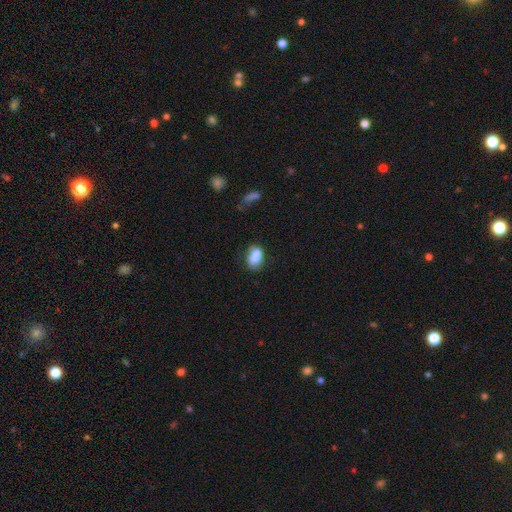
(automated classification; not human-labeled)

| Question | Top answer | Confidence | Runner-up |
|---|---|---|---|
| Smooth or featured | smooth | 81% | featured or disk (10%) |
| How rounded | in between | 84% | round (14%) |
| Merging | none | 49% | minor disturbance (31%) |